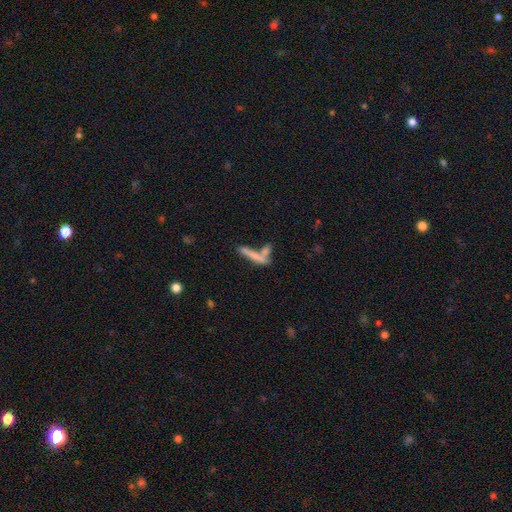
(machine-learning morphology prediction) smooth 65%, featured or disk 25%, star or artifact 9%. Down the decision tree: how rounded — cigar-shaped (88%); merging — none (46%).